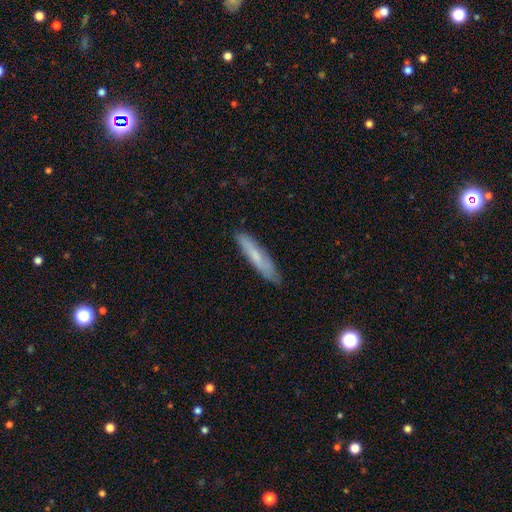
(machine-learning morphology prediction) Q: Smooth or featured?
A: smooth (65%); runner-up: featured or disk (29%)
Q: How rounded?
A: cigar-shaped (89%); runner-up: in between (10%)
Q: Merging?
A: none (84%); runner-up: minor disturbance (13%)